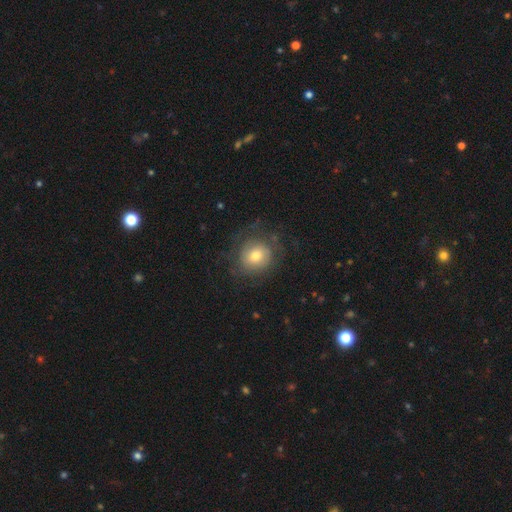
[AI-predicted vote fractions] The model was most divided on "smooth or featured": smooth: 55%, featured or disk: 35%, star or artifact: 10%. More confident: how rounded — round (83%); merging — none (70%).